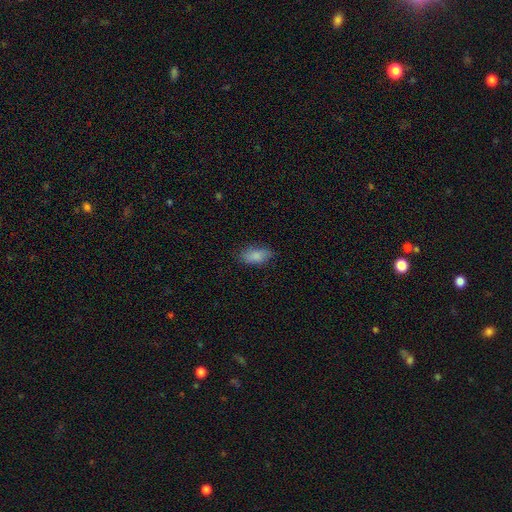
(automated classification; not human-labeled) smooth_or_featured: smooth (p=0.86) [alt: star or artifact p=0.07]
how_rounded: in between (p=0.91) [alt: cigar-shaped p=0.05]
merging: none (p=0.80) [alt: minor disturbance p=0.15]